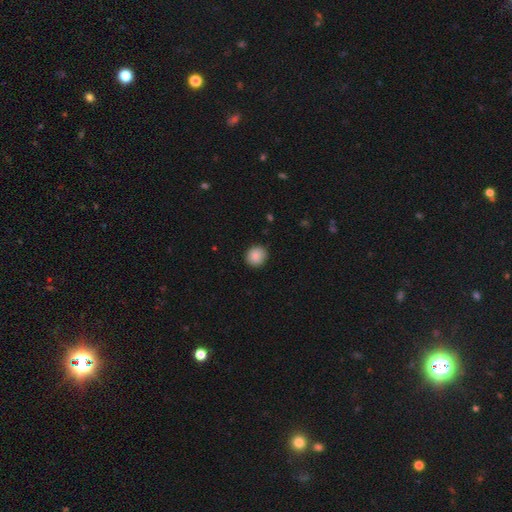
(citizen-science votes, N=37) Morphology: type=smooth (95%); roundness=round (89%); merging=none (91%).